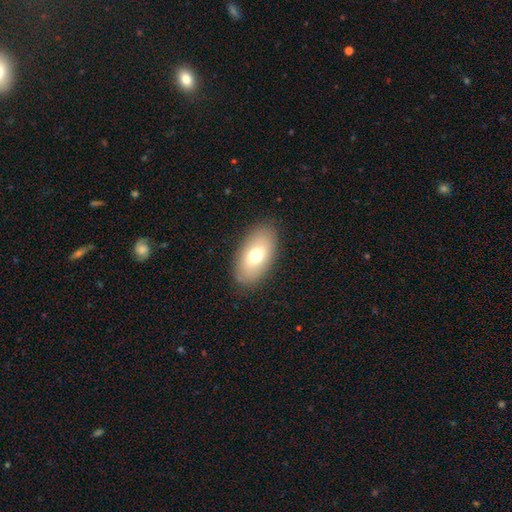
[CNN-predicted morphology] smooth 71%, featured or disk 22%, star or artifact 8%. Down the decision tree: how rounded — in between (93%); merging — none (86%).